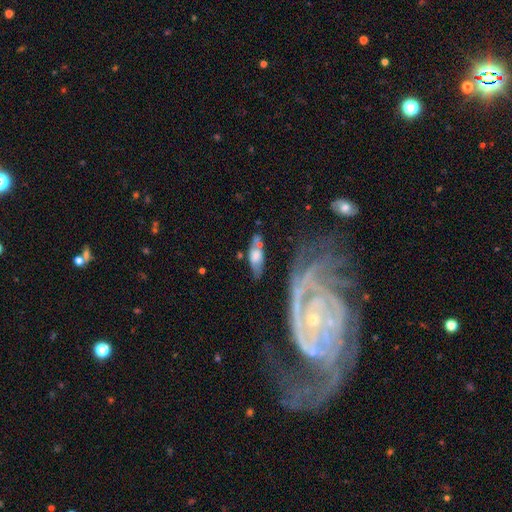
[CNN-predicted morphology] Smooth or featured? smooth (47%)
Merging? none (56%)